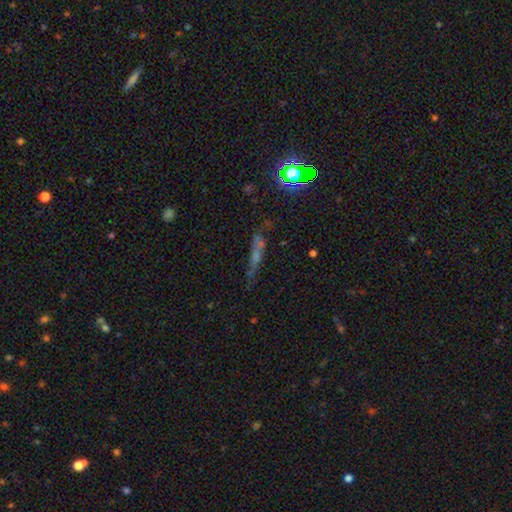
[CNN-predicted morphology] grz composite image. It shows a featured or disk galaxy (34%). Merging: none (63%).